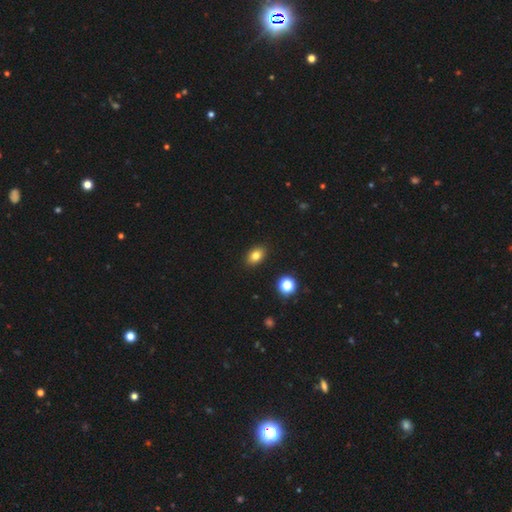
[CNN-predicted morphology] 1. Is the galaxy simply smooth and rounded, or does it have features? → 80% smooth, 11% star or artifact, 9% featured or disk.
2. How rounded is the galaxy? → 77% in between, 21% round, 2% cigar-shaped.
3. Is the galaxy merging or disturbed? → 89% none, 7% minor disturbance, 2% major disturbance, 1% merger.